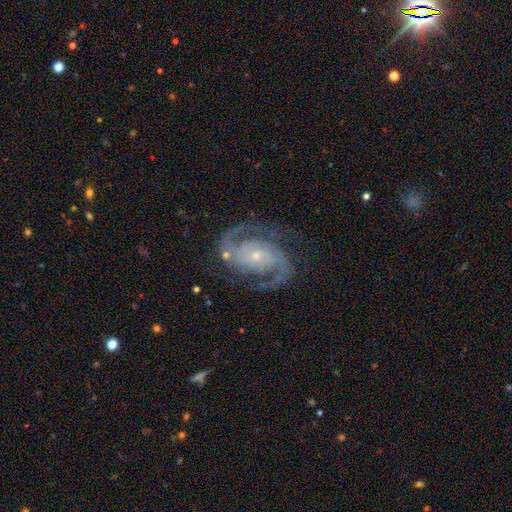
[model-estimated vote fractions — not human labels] This is clearly a featured or disk galaxy (92%). It is clearly not viewed edge-on (98%). Bar: likely no (61%). Spiral arm pattern: clearly yes (98%). Spiral arm count: clearly 2 (90%). Spiral winding: possibly medium (55%). Central bulge: likely small (72%). Merging: likely none (79%).